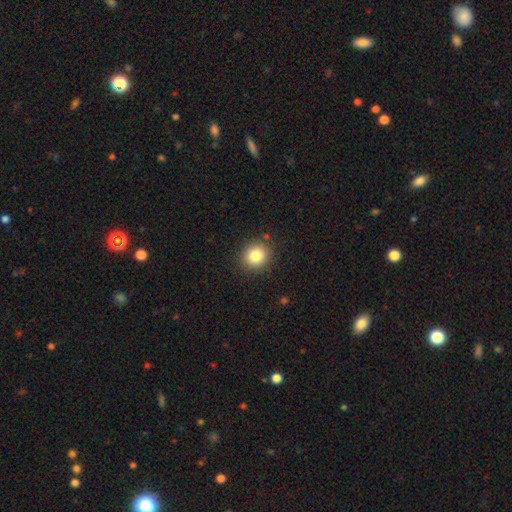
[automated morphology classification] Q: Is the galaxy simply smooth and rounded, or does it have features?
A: smooth — 83%.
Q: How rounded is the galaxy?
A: round — 81%.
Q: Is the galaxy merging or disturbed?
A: none — 88%.